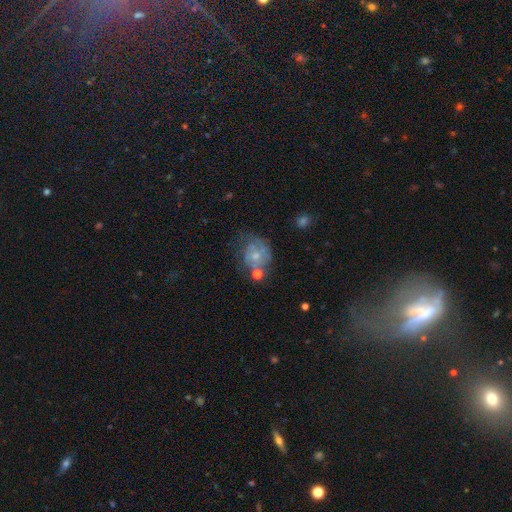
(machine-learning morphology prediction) This is possibly a featured or disk galaxy (49%). Merging: marginally none (40%).